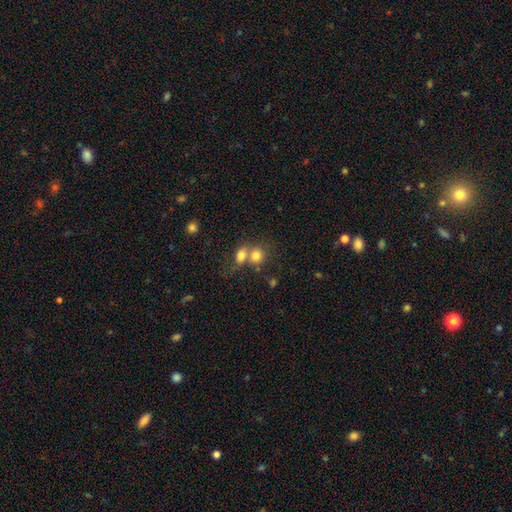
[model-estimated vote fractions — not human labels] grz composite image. It shows a smooth galaxy with no disk features (78%) that is round (67%). Merging: merger (61%).